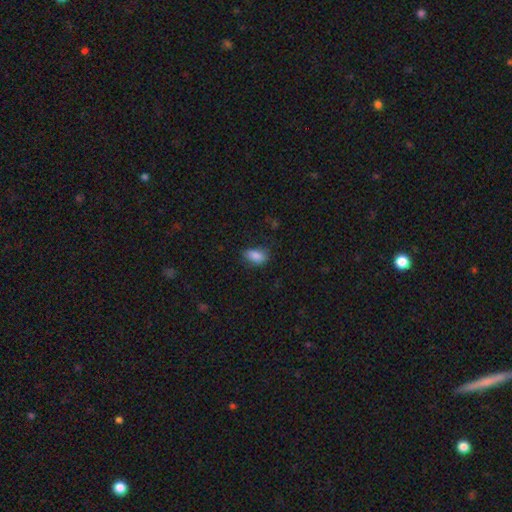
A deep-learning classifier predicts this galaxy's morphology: smooth-or-featured: smooth: 86% | star or artifact: 9% | featured or disk: 6%
  how-rounded: in between: 90% | round: 7% | cigar-shaped: 4%
  merging: none: 69% | minor disturbance: 23% | major disturbance: 6% | merger: 2%